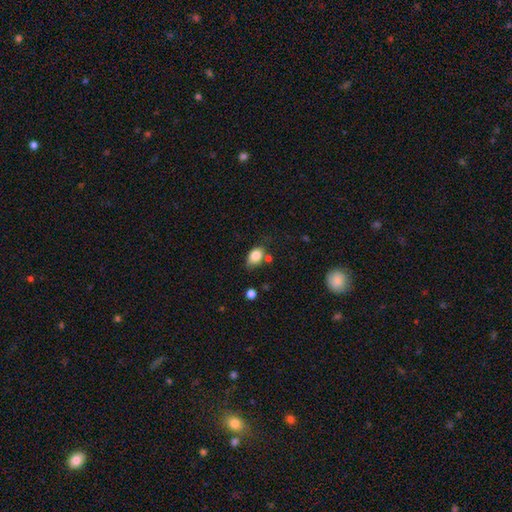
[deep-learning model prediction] smooth_or_featured: smooth (p=0.83) [alt: star or artifact p=0.09]
how_rounded: in between (p=0.79) [alt: round p=0.19]
merging: none (p=0.61) [alt: minor disturbance p=0.25]